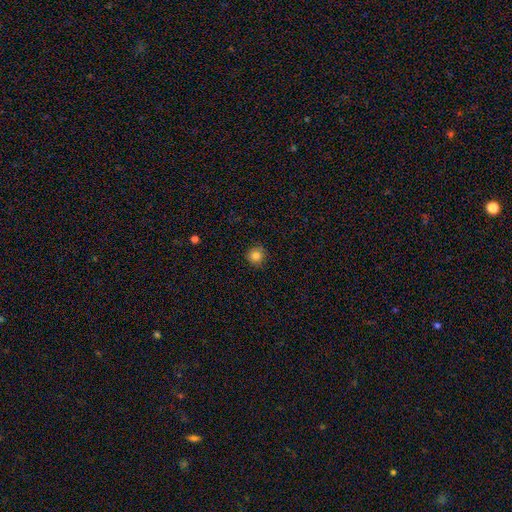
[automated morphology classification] The model was most divided on "smooth or featured": smooth: 83%, star or artifact: 12%, featured or disk: 5%. More confident: how rounded — round (93%); merging — none (89%).